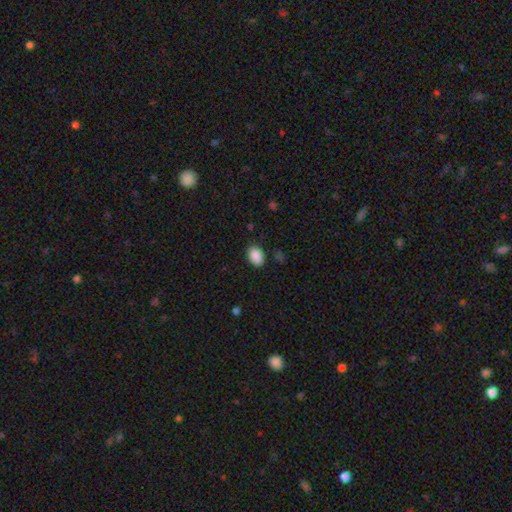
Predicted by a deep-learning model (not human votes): Smooth or featured? smooth (89%)
How rounded? in between (82%)
Merging? none (84%)